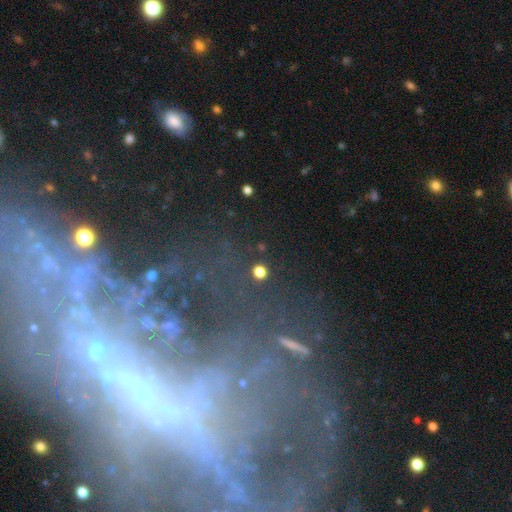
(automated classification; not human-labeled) The model was most divided on "bulge size": none: 47%, small: 33%, moderate: 13%, large: 4%, dominant: 3%. Remaining: edge-on disk — no (85%); spiral arms — no (63%); smooth or featured — featured or disk (61%); bar — no (52%); merging — none (50%).